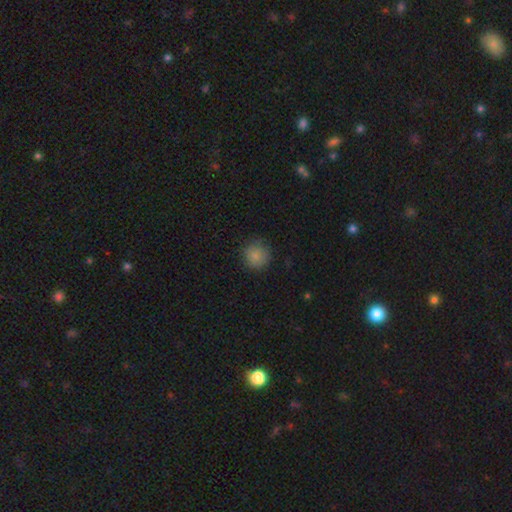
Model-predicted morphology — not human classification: Overall: smooth (84%). How rounded: round (93%). Merging: none (83%).